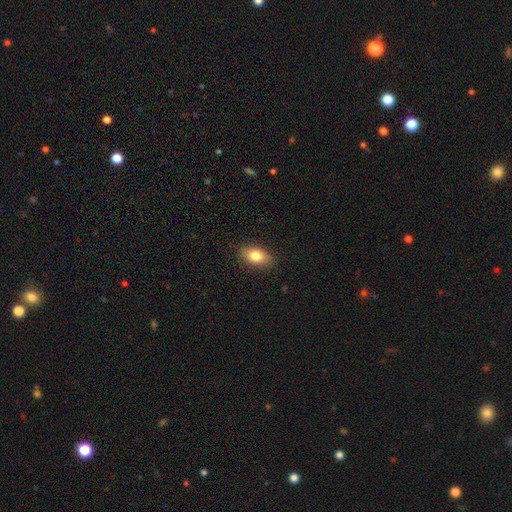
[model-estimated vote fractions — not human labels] smooth_or_featured: smooth (p=0.80) [alt: featured or disk p=0.12]
how_rounded: in between (p=0.87) [alt: round p=0.10]
merging: none (p=0.87) [alt: minor disturbance p=0.10]